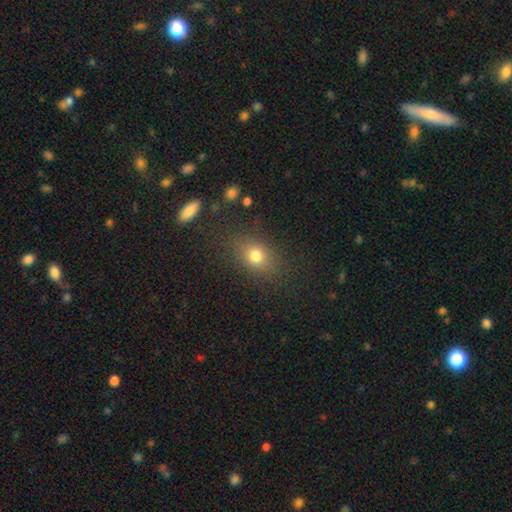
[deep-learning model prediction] Smooth or featured: smooth — 76% (star or artifact — 15%)
How rounded: in between — 53% (round — 44%)
Merging: none — 80% (minor disturbance — 12%)